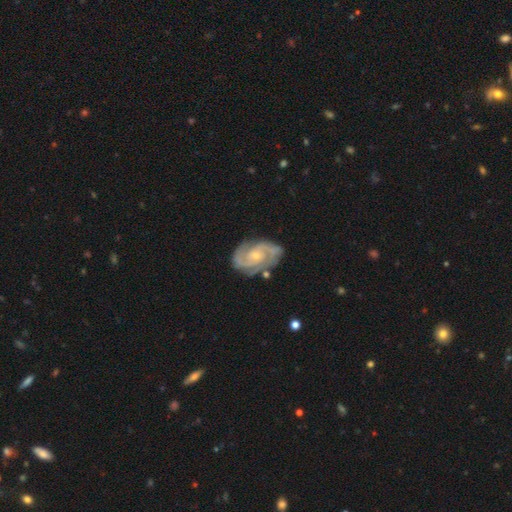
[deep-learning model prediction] Smooth or featured? Predicted: featured or disk (p=0.89). Edge-on disk? Predicted: no (p=0.97). Bar? Predicted: no (p=0.64). Spiral arms? Predicted: yes (p=0.97). Spiral winding? Predicted: tight (p=0.51). Spiral arm count? Predicted: 2 (p=0.51). Bulge size? Predicted: small (p=0.67). Merging? Predicted: none (p=0.74).